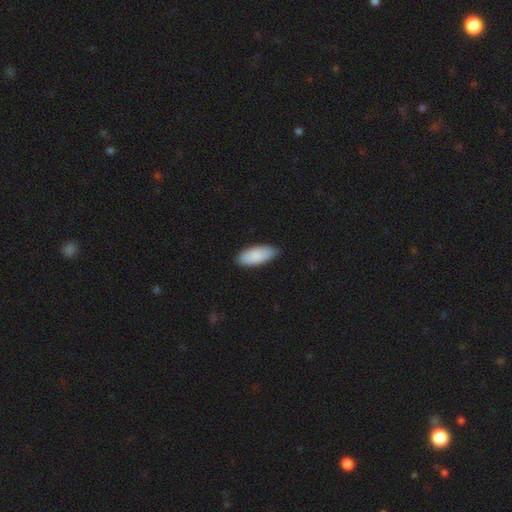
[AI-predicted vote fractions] smooth 88%, featured or disk 7%, star or artifact 5%. Down the decision tree: how rounded — in between (87%); merging — none (83%).